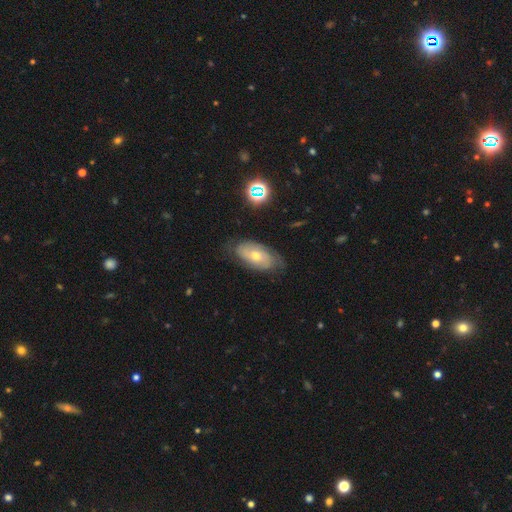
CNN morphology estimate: A featured or disk galaxy (64%) with no bar (70%), spiral arms (82%) and a moderate central bulge (56%). Merging: none (73%).